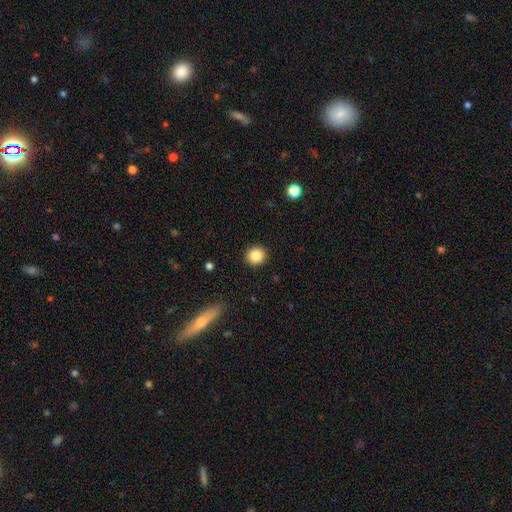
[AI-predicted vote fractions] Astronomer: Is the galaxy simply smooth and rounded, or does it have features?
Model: smooth — 87%.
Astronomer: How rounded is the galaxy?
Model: round — 87%.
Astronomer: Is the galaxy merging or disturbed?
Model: none — 92%.